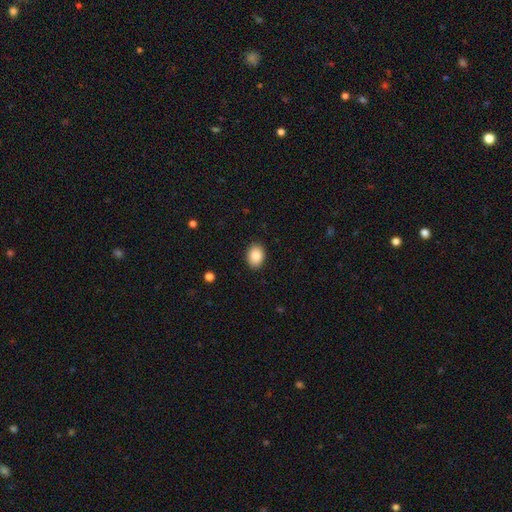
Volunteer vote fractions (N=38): smooth 92%, star or artifact 5%, featured or disk 3%. Down the decision tree: how rounded — in between (63%); merging — none (78%).